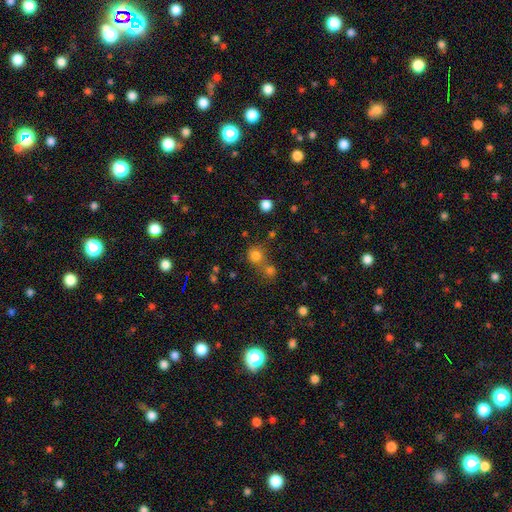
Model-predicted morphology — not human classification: This is likely a smooth galaxy (77%). How rounded: clearly round (86%). Merging: possibly none (51%).